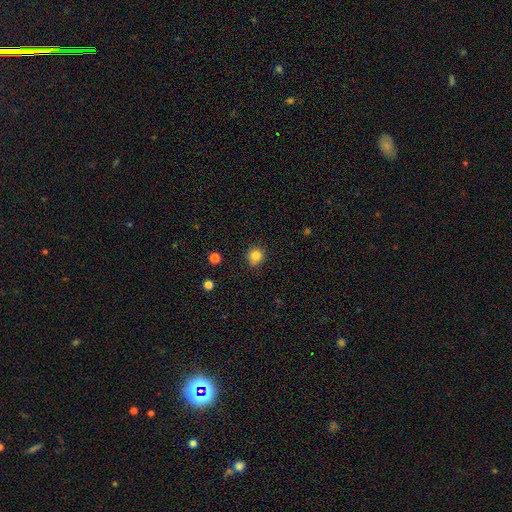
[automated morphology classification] Smooth or featured? Predicted: smooth (p=0.84). How rounded? Predicted: round (p=0.87). Merging? Predicted: none (p=0.82).